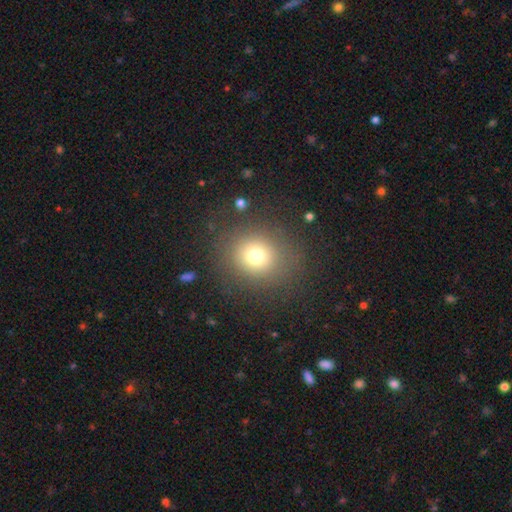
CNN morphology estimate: smooth-or-featured: smooth: 72% | star or artifact: 17% | featured or disk: 11%
  how-rounded: round: 85% | in between: 14% | cigar-shaped: 1%
  merging: none: 83% | minor disturbance: 9% | major disturbance: 6% | merger: 2%